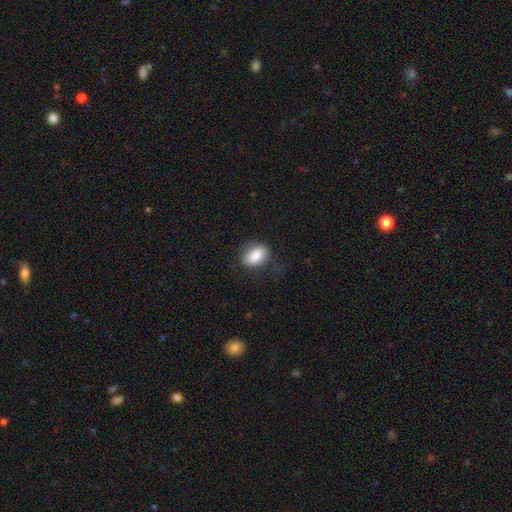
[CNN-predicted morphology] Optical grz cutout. It shows a smooth galaxy with no disk features (85%) that is in between round and cigar-shaped (84%). Merging: none (75%).